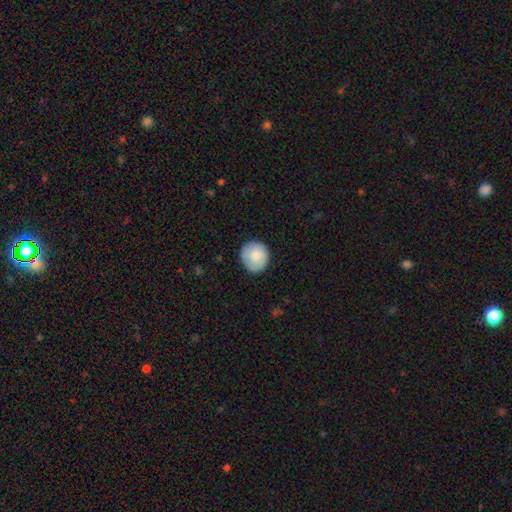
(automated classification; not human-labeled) This appears to be a smooth galaxy with no disk features (79%) that is round (88%). Merging: none (83%).